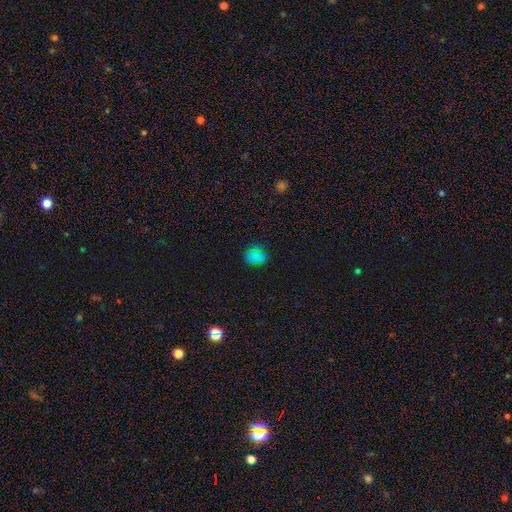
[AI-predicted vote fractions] Overall: smooth (60%; star or artifact 33%). How rounded: round (55%; in between 43%). Merging: none (72%).